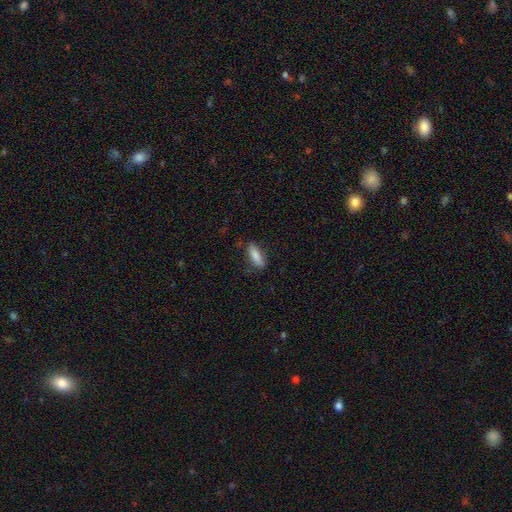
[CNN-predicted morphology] Smooth or featured? smooth (83%)
How rounded? in between (62%)
Merging? none (79%)